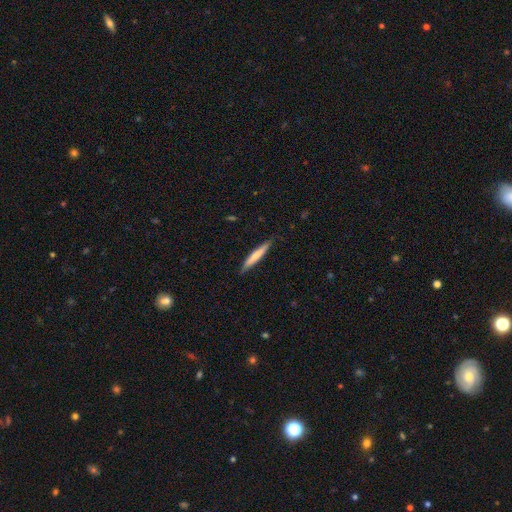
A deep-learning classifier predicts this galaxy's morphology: This appears to be a smooth galaxy with no disk features (66%) that is cigar-shaped (94%). Merging: none (84%).